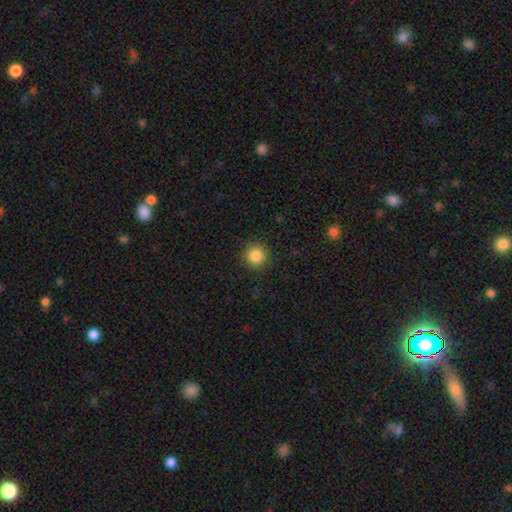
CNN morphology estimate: This appears to be a smooth galaxy with no disk features (86%) that is round (94%). Merging: none (90%).